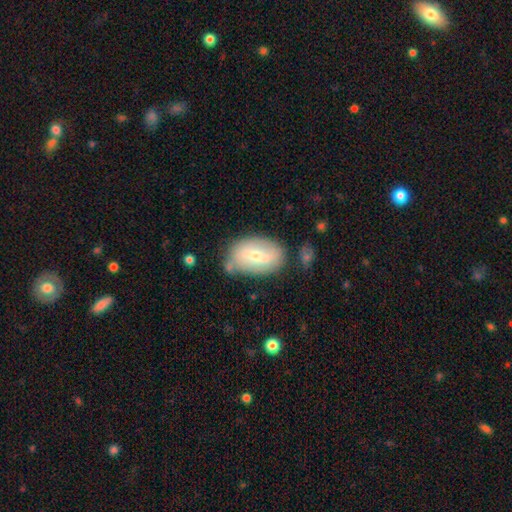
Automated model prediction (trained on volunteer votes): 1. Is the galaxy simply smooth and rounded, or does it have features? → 52% featured or disk, 41% smooth, 7% star or artifact.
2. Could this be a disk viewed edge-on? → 90% no, 10% yes.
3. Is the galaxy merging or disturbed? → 65% none, 22% minor disturbance, 7% major disturbance, 6% merger.